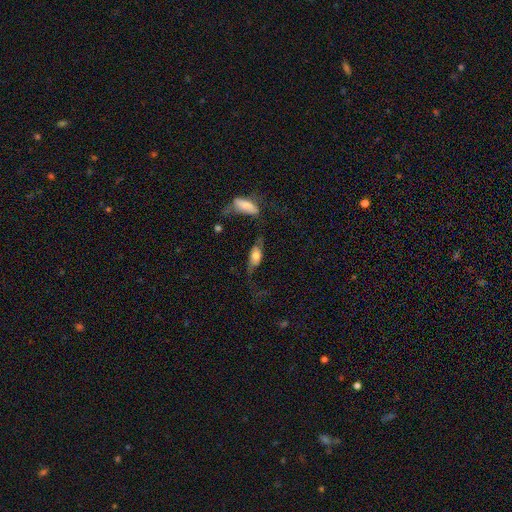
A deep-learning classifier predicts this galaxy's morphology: Overall: smooth (49%; featured or disk 43%). Merging: none (39%; major disturbance 28%).